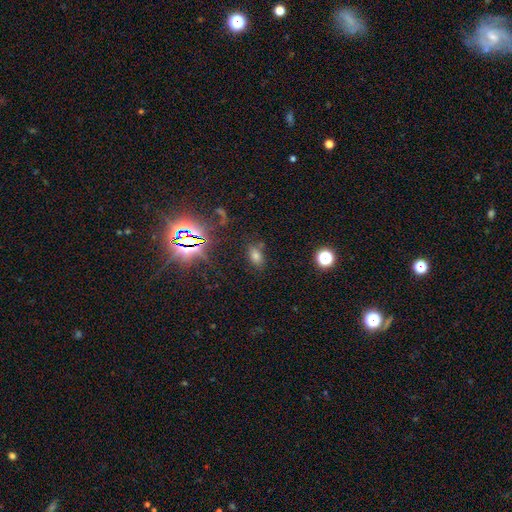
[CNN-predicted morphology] This is possibly a smooth galaxy (55%). How rounded: clearly in between (81%). Merging: likely none (78%).